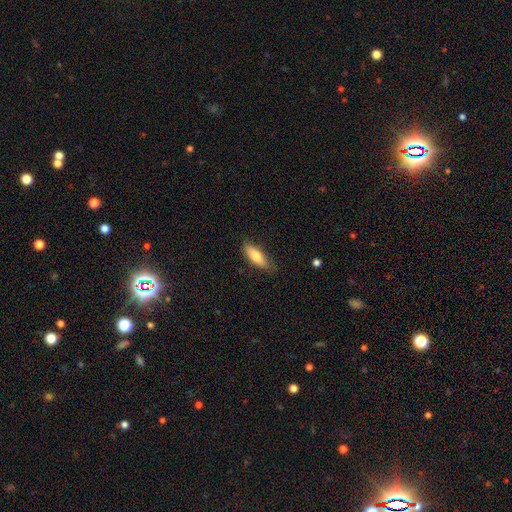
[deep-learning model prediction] A smooth galaxy with no disk features (76%) that is in between round and cigar-shaped (61%).

Vote fractions:
- Smooth or featured? smooth: 76% / featured or disk: 18% / star or artifact: 6%
- How rounded? in between: 61% / cigar-shaped: 37% / round: 2%
- Merging? none: 81% / minor disturbance: 15% / major disturbance: 3% / merger: 1%